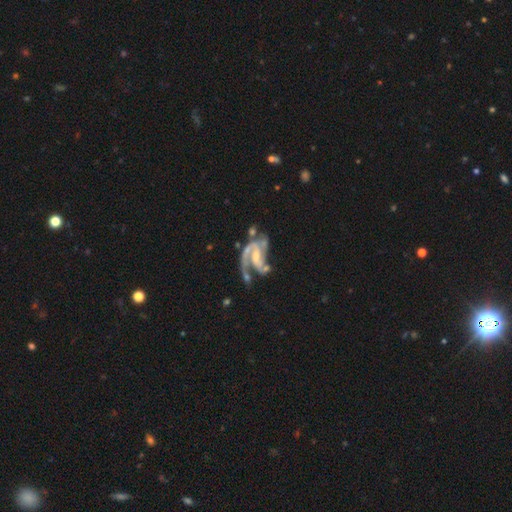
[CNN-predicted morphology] Overall: featured or disk (88%). Edge-on disk: no (98%). Bar: weak (43%; no 31%). Spiral arms: yes (95%). Spiral arm count: 2 (64%). Spiral winding: medium (50%; loose 25%). Bulge size: small (46%; moderate 30%). Merging: major disturbance (32%, tied with none).